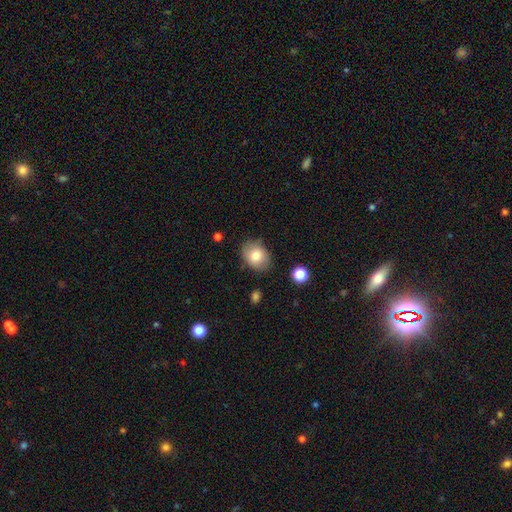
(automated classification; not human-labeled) Morphology: type=smooth (80%); roundness=in between (60%); merging=none (81%).